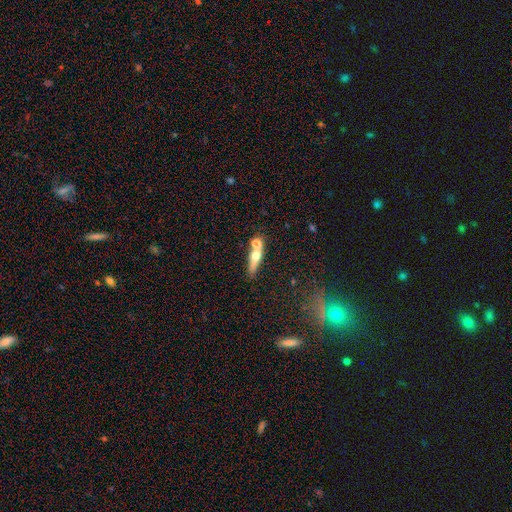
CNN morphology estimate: Q: Smooth or featured?
A: smooth (52%); runner-up: featured or disk (40%)
Q: How rounded?
A: cigar-shaped (56%); runner-up: in between (33%)
Q: Merging?
A: none (46%); runner-up: merger (38%)